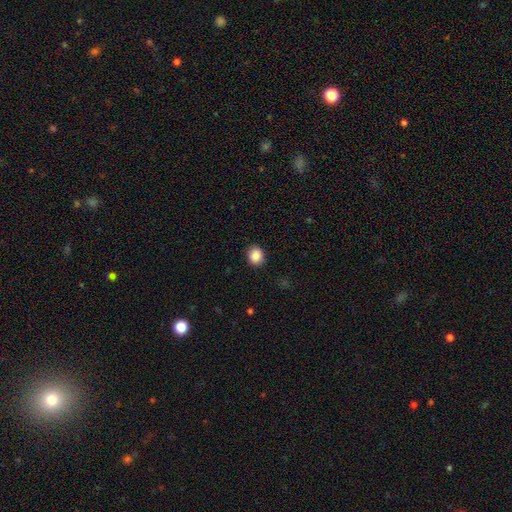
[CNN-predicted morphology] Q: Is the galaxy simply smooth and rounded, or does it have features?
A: smooth — 88%.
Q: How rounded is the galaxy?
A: round — 70%.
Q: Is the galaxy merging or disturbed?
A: none — 90%.